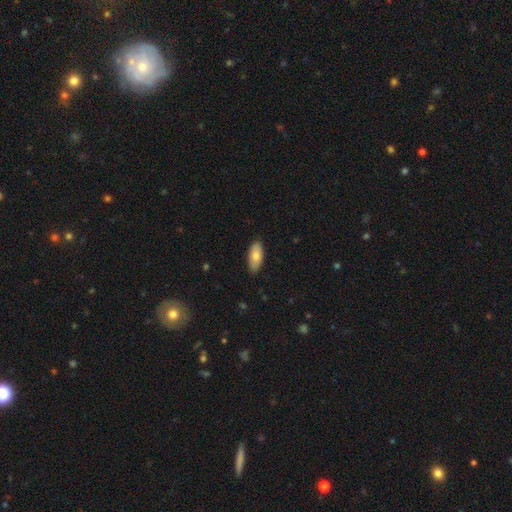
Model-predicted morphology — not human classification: This appears to be a smooth galaxy with no disk features (78%) that is in between round and cigar-shaped (88%). Merging: none (87%).